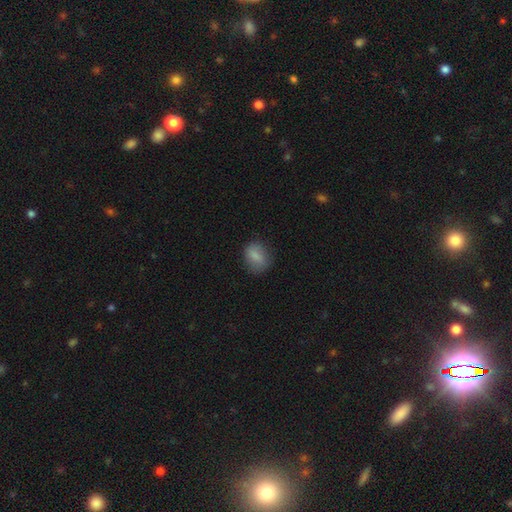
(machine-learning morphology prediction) This is clearly a smooth galaxy (82%). How rounded: possibly in between (58%). Merging: likely none (75%).